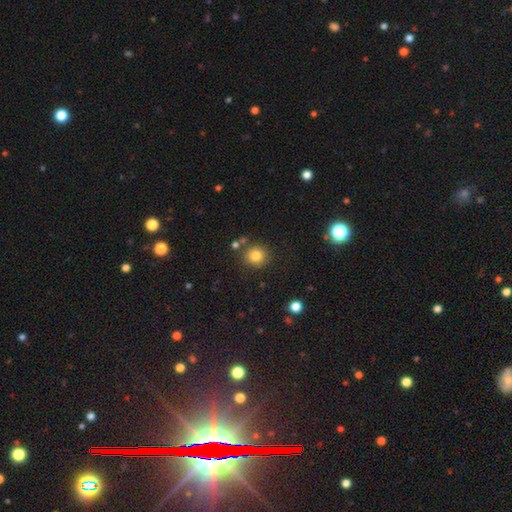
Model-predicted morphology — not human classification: Smooth or featured?
  - smooth: 81% *
  - star or artifact: 12%
  - featured or disk: 7%
How rounded?
  - round: 90% *
  - in between: 9%
  - cigar-shaped: 1%
Merging?
  - none: 82% *
  - minor disturbance: 9%
  - merger: 6%
  - major disturbance: 3%